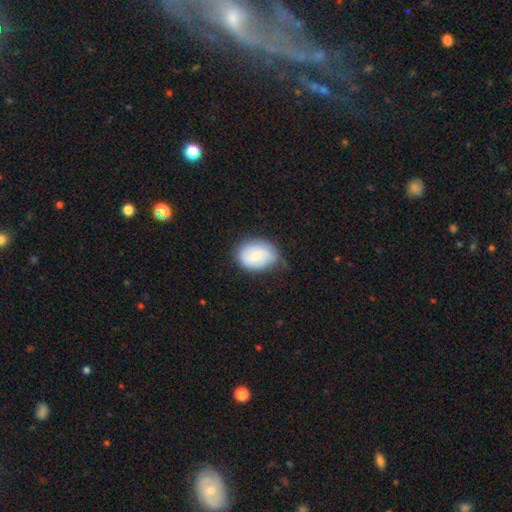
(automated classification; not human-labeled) smooth 59%, featured or disk 33%, star or artifact 7%. Down the decision tree: how rounded — in between (59%); merging — none (55%).